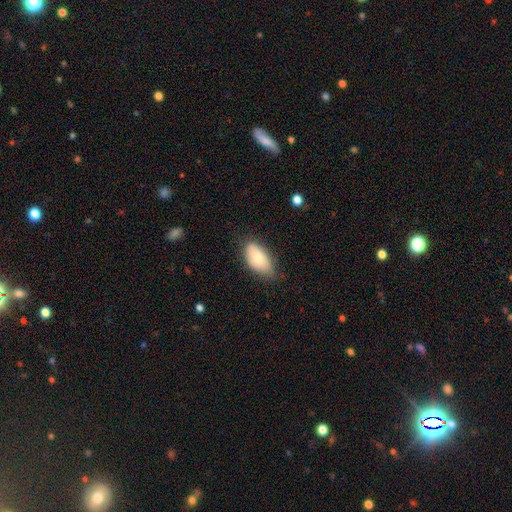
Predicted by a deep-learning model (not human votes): This is likely a smooth galaxy (79%). How rounded: clearly in between (94%). Merging: likely none (64%).